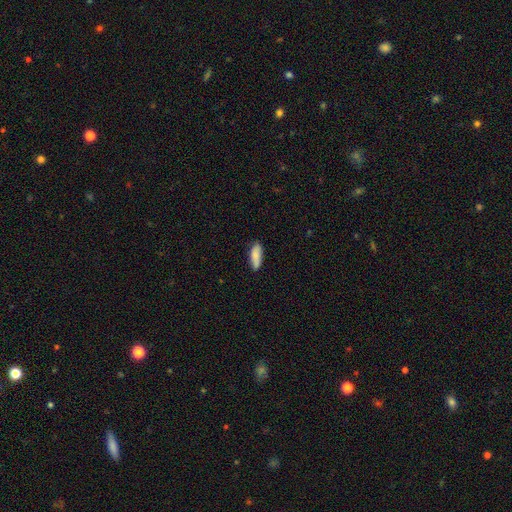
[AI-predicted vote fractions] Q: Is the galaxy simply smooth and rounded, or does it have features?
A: smooth — 84%.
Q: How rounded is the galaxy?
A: in between — 62%.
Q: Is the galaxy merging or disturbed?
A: none — 80%.